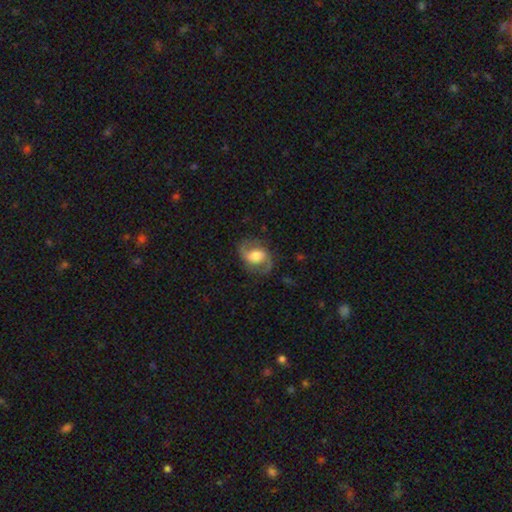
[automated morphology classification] smooth_or_featured: featured or disk (p=0.79) [alt: smooth p=0.15]
disk_edge_on: no (p=0.97) [alt: yes p=0.03]
bar: weak (p=0.43) [alt: no p=0.39]
has_spiral_arms: yes (p=0.94) [alt: no p=0.06]
spiral_winding: medium (p=0.46) [alt: loose p=0.42]
spiral_arm_count: 2 (p=0.92) [alt: can't tell p=0.03]
bulge_size: moderate (p=0.55) [alt: large p=0.27]
merging: none (p=0.78) [alt: minor disturbance p=0.14]